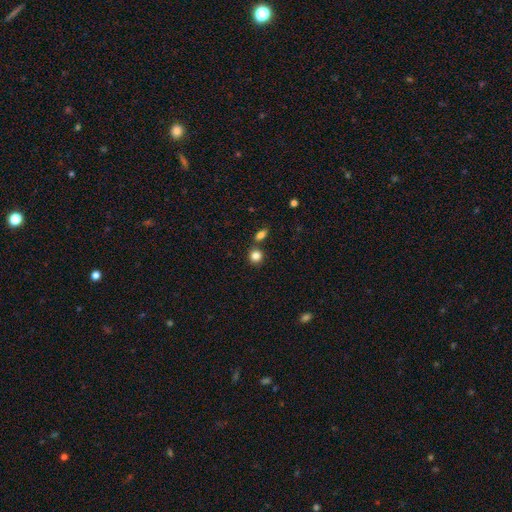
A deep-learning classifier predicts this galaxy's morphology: Smooth or featured? Predicted: smooth (p=0.85). How rounded? Predicted: round (p=0.80). Merging? Predicted: none (p=0.72).